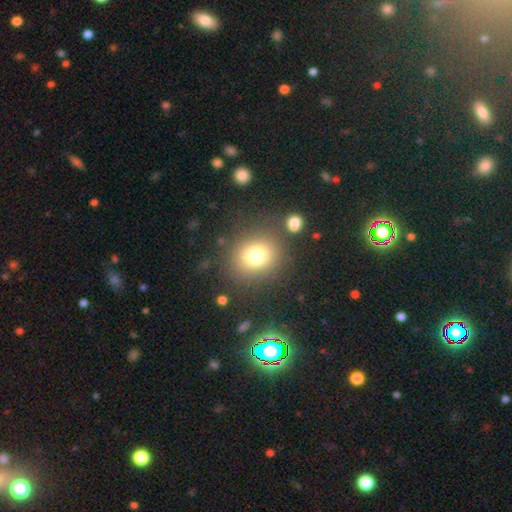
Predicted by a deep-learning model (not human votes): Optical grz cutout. It shows a smooth galaxy with no disk features (76%) that is round (80%). Merging: none (80%).